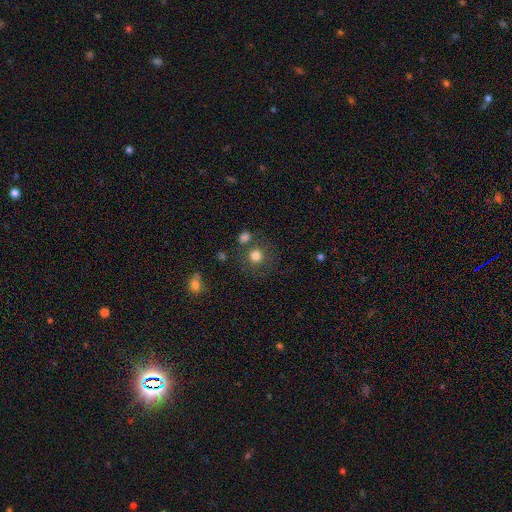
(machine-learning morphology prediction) A smooth galaxy with no disk features (79%) that is round (91%).

Vote fractions:
- Smooth or featured? smooth: 79% / star or artifact: 14% / featured or disk: 7%
- How rounded? round: 91% / in between: 8% / cigar-shaped: 1%
- Merging? none: 74% / merger: 11% / minor disturbance: 10% / major disturbance: 5%